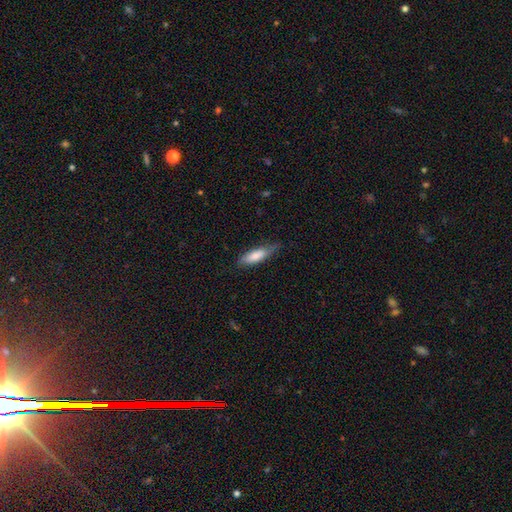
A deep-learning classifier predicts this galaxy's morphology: type=smooth (76%); roundness=cigar-shaped (52%); merging=none (67%).